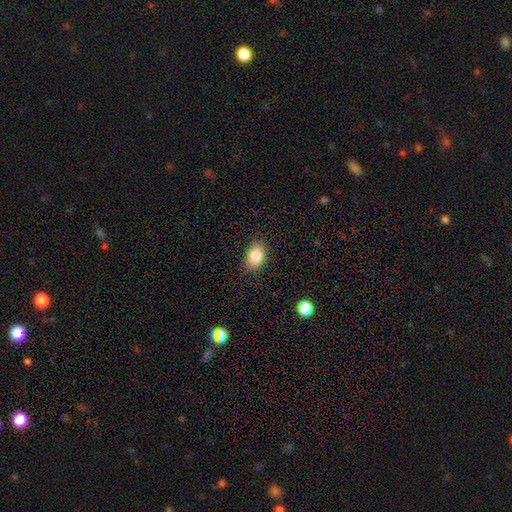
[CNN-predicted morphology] smooth 84%, star or artifact 8%, featured or disk 8%. Down the decision tree: how rounded — in between (79%); merging — none (87%).